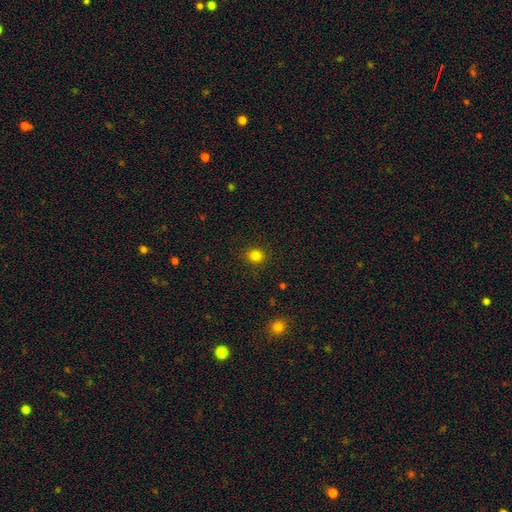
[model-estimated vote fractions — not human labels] The model was most divided on "how rounded": round: 81%, in between: 18%, cigar-shaped: 1%. More confident: merging — none (89%); smooth or featured — smooth (82%).